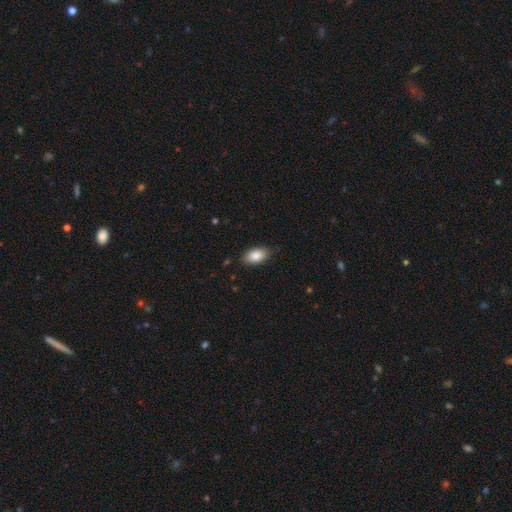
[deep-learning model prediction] This appears to be a smooth galaxy with no disk features (85%) that is in between round and cigar-shaped (93%). Merging: none (85%).